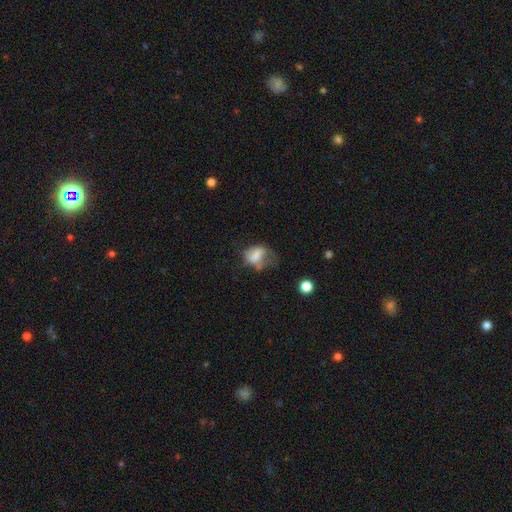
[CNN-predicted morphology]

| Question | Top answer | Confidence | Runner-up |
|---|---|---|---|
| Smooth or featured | smooth | 63% | featured or disk (26%) |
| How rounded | in between | 72% | round (26%) |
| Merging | major disturbance | 38% | minor disturbance (29%) |